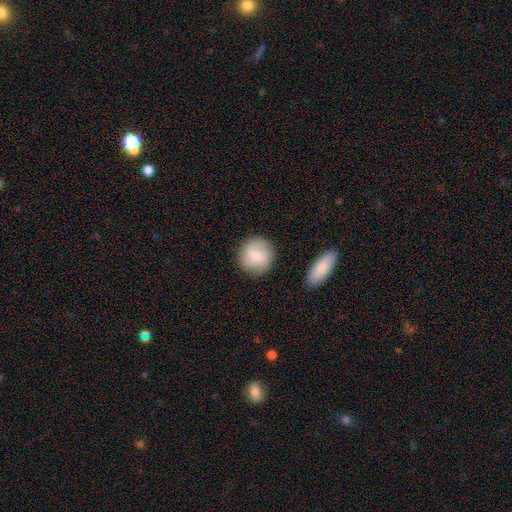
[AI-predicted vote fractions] Morphology: type=smooth (74%); roundness=round (93%); merging=none (86%).